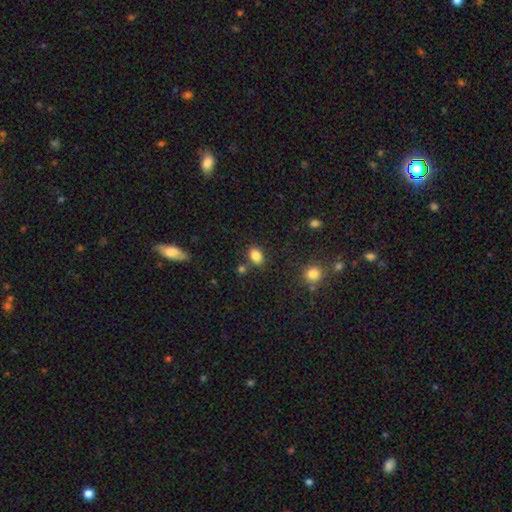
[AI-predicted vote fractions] This appears to be a smooth galaxy with no disk features (84%) that is in between round and cigar-shaped (78%). Merging: none (78%).